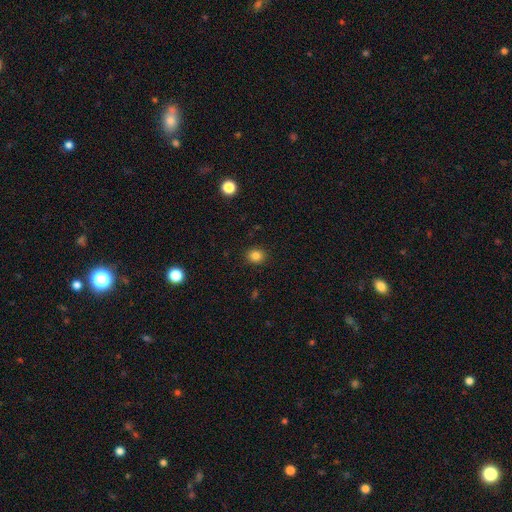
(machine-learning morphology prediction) Smooth or featured? smooth (83%)
How rounded? round (75%)
Merging? none (91%)